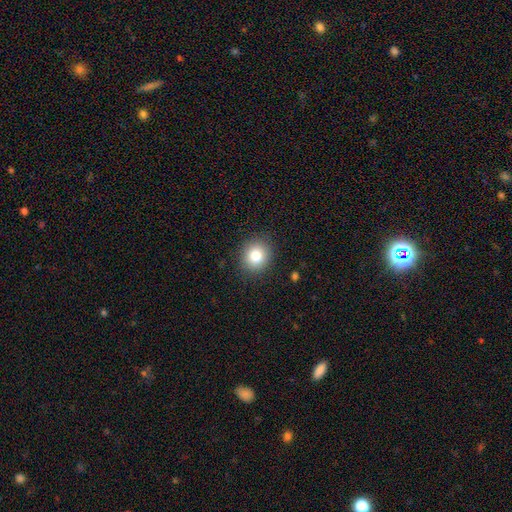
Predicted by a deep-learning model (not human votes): Smooth or featured? Predicted: smooth (p=0.82). How rounded? Predicted: round (p=0.78). Merging? Predicted: none (p=0.89).